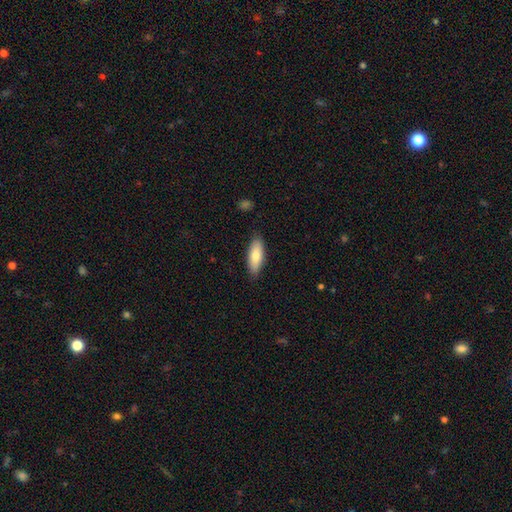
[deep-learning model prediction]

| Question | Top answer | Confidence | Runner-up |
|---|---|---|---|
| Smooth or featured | smooth | 81% | featured or disk (13%) |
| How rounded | in between | 70% | cigar-shaped (28%) |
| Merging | none | 85% | minor disturbance (11%) |